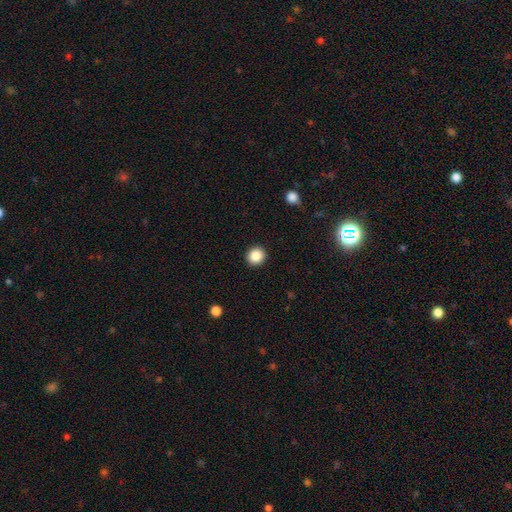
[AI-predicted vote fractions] A smooth galaxy with no disk features (87%) that is round (88%).

Vote fractions:
- Smooth or featured? smooth: 87% / star or artifact: 9% / featured or disk: 3%
- How rounded? round: 88% / in between: 11% / cigar-shaped: 1%
- Merging? none: 92% / minor disturbance: 5% / major disturbance: 2% / merger: 1%